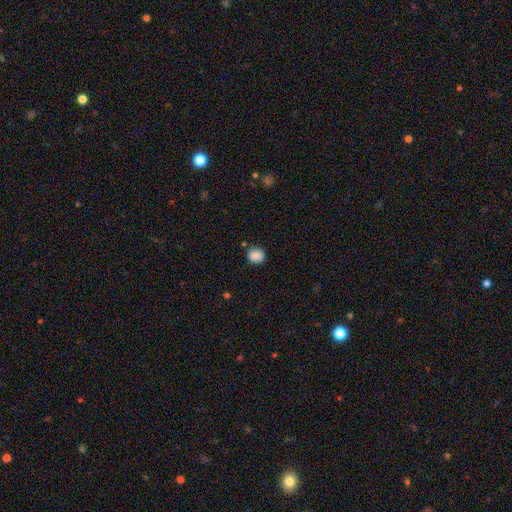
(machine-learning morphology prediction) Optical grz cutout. It shows a smooth galaxy with no disk features (86%) that is round (79%). Merging: none (82%).